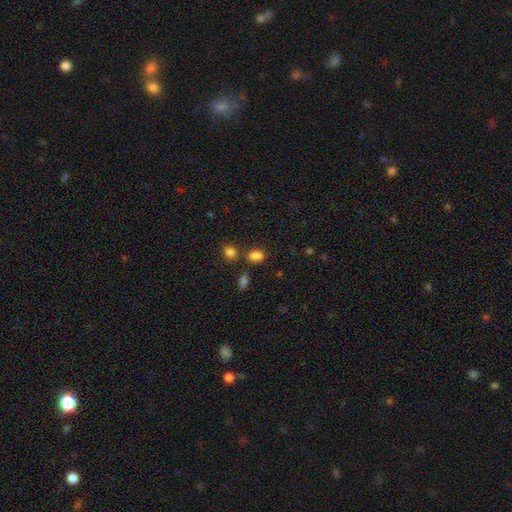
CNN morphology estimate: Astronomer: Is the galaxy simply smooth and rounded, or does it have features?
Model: smooth — 83%.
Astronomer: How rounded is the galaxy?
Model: in between — 77%.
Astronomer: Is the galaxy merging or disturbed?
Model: none — 68%.